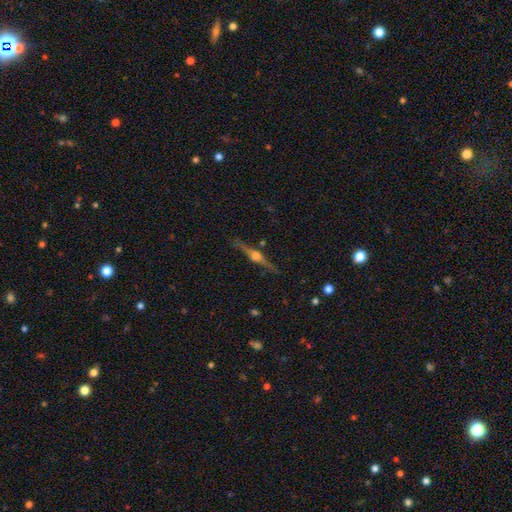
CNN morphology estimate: A featured or disk galaxy (79%) viewed edge-on (98%) with a rounded central bulge (90%).

Vote fractions:
- Smooth or featured? featured or disk: 79% / smooth: 14% / star or artifact: 7%
- Edge-on disk? yes: 98% / no: 2%
- Edge-on bulge? rounded: 90% / boxy: 7% / none: 3%
- Merging? none: 87% / minor disturbance: 9% / major disturbance: 2% / merger: 2%